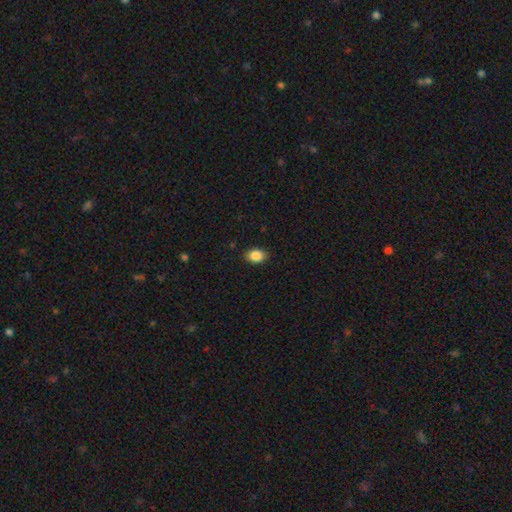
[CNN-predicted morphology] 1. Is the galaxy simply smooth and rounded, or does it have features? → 86% smooth, 9% star or artifact, 5% featured or disk.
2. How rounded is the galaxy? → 76% in between, 23% round, 1% cigar-shaped.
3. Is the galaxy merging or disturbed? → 88% none, 9% minor disturbance, 2% major disturbance, 1% merger.